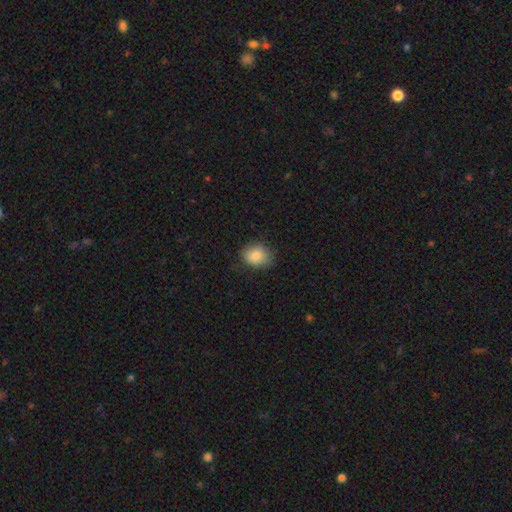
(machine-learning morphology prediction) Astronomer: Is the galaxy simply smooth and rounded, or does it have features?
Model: smooth — 84%.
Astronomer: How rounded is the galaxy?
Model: round — 53% (runner-up: in between, 46%).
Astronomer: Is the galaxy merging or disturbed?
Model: none — 77%.